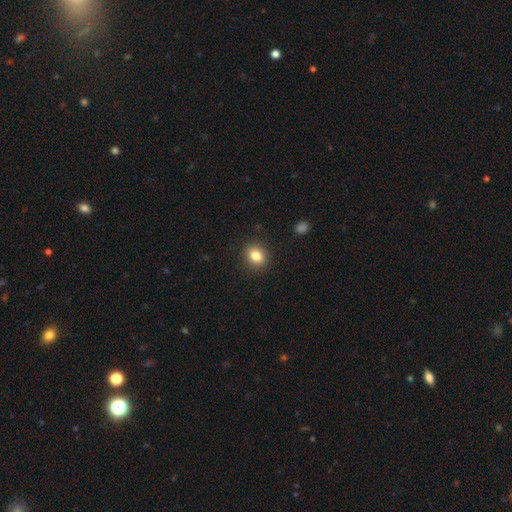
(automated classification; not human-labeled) smooth-or-featured: smooth: 83% | star or artifact: 10% | featured or disk: 7%
  how-rounded: round: 57% | in between: 42% | cigar-shaped: 1%
  merging: none: 89% | minor disturbance: 7% | major disturbance: 2% | merger: 1%